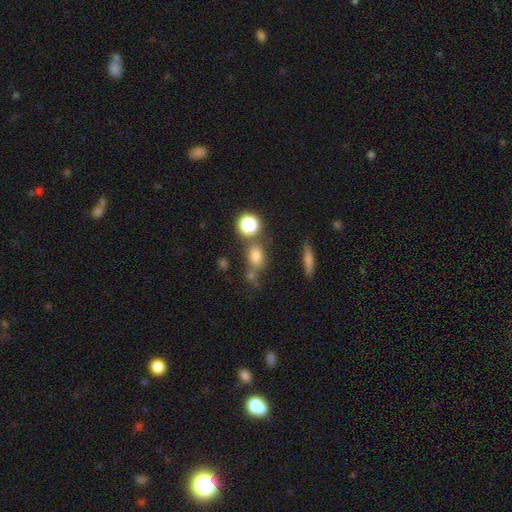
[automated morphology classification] Smooth or featured: smooth — 75% (star or artifact — 16%)
How rounded: in between — 61% (round — 35%)
Merging: none — 61% (merger — 18%)